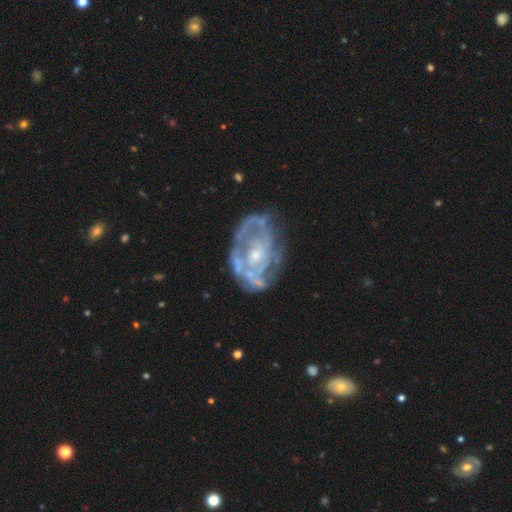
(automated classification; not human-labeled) featured or disk 82%, smooth 12%, star or artifact 6%. Down the decision tree: edge-on disk — no (97%); bar — no (76%); spiral arms — yes (69%); spiral arm count — can't tell (46%); spiral winding — tight (55%); bulge size — small (51%); merging — none (60%).